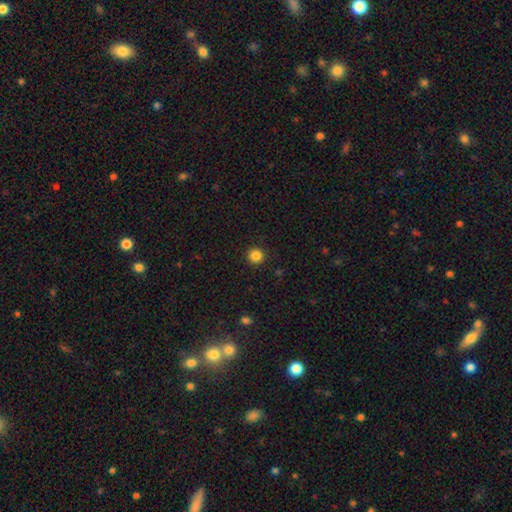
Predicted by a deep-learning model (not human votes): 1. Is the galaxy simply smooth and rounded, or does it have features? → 85% smooth, 11% star or artifact, 4% featured or disk.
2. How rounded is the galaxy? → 95% round, 4% in between, 1% cigar-shaped.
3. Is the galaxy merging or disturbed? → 93% none, 4% minor disturbance, 2% major disturbance, 1% merger.